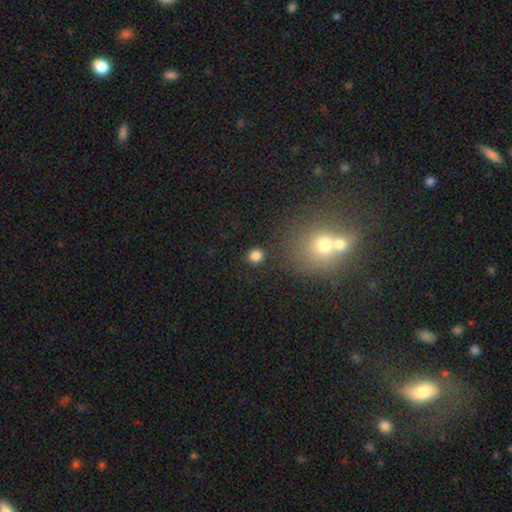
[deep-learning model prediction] A smooth galaxy with no disk features (83%) that is round (79%).

Vote fractions:
- Smooth or featured? smooth: 83% / star or artifact: 13% / featured or disk: 4%
- How rounded? round: 79% / in between: 20% / cigar-shaped: 1%
- Merging? none: 86% / minor disturbance: 7% / merger: 3% / major disturbance: 3%